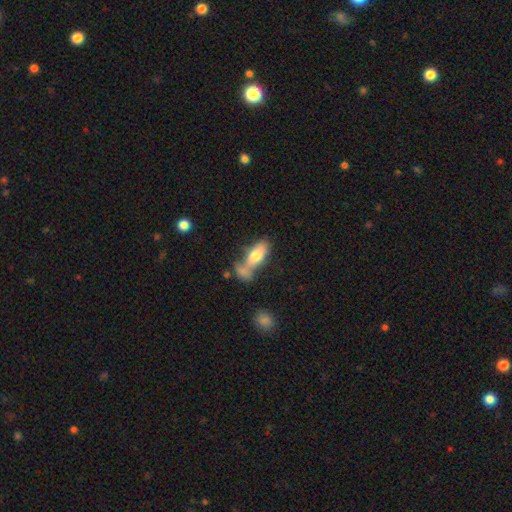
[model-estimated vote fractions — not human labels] Smooth or featured? smooth (72%)
How rounded? in between (81%)
Merging? merger (42%)